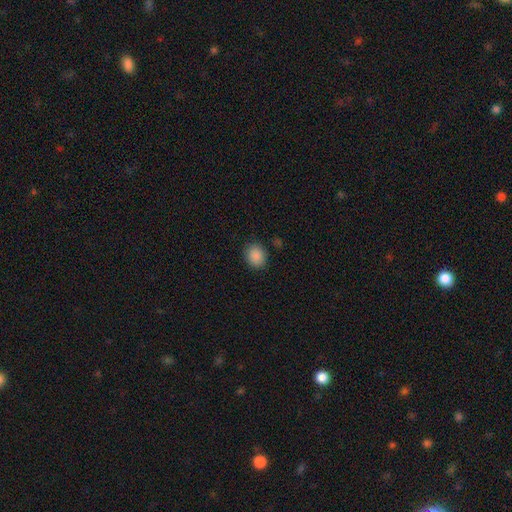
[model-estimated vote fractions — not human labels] This is clearly a smooth galaxy (88%). How rounded: possibly round (59%). Merging: clearly none (86%).